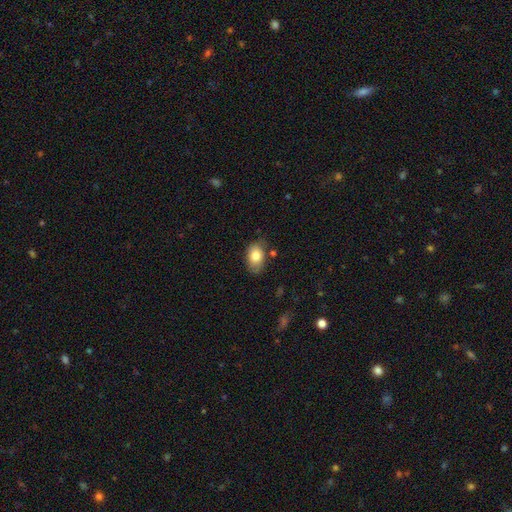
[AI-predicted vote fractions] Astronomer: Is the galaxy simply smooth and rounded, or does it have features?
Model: smooth — 82%.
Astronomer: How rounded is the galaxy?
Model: in between — 86%.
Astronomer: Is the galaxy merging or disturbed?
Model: none — 72%.